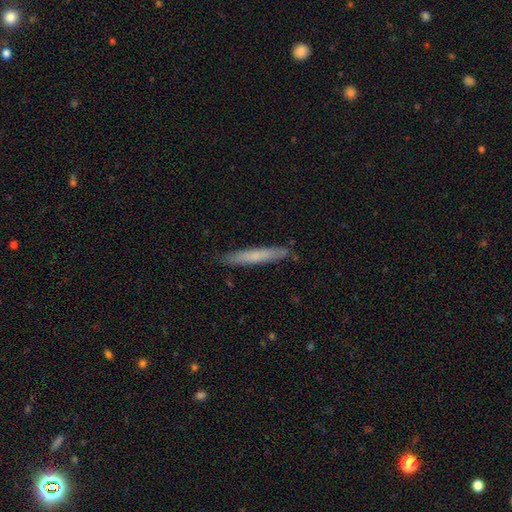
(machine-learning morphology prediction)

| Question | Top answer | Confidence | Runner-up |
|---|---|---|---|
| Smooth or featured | smooth | 63% | featured or disk (31%) |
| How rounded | cigar-shaped | 95% | in between (4%) |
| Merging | none | 88% | minor disturbance (9%) |